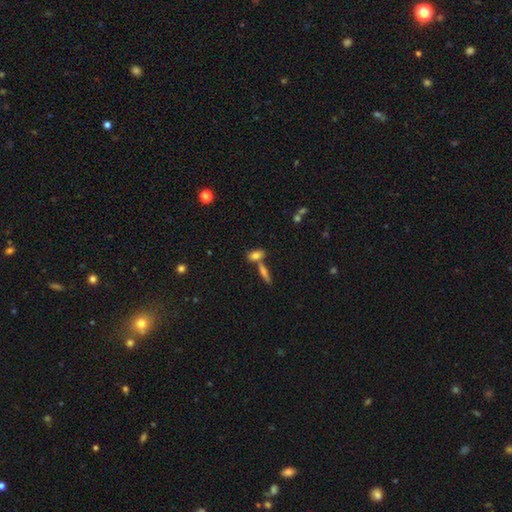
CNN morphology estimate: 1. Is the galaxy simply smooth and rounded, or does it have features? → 75% smooth, 15% featured or disk, 10% star or artifact.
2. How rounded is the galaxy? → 75% in between, 18% cigar-shaped, 7% round.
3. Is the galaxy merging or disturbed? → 53% none, 33% merger, 10% minor disturbance, 4% major disturbance.